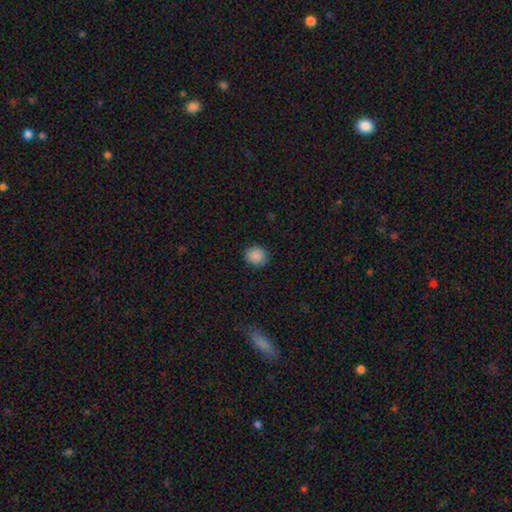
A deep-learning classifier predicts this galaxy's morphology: smooth-or-featured: smooth: 88% | star or artifact: 9% | featured or disk: 3%
  how-rounded: round: 77% | in between: 22% | cigar-shaped: 1%
  merging: none: 89% | minor disturbance: 8% | major disturbance: 2% | merger: 1%